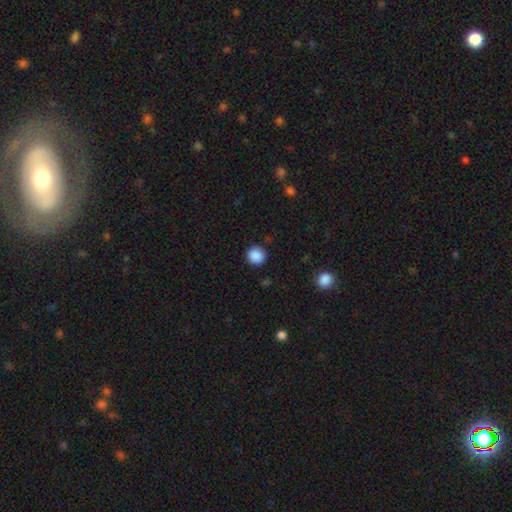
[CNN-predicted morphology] This is clearly a smooth galaxy (89%). How rounded: clearly round (92%). Merging: clearly none (91%).